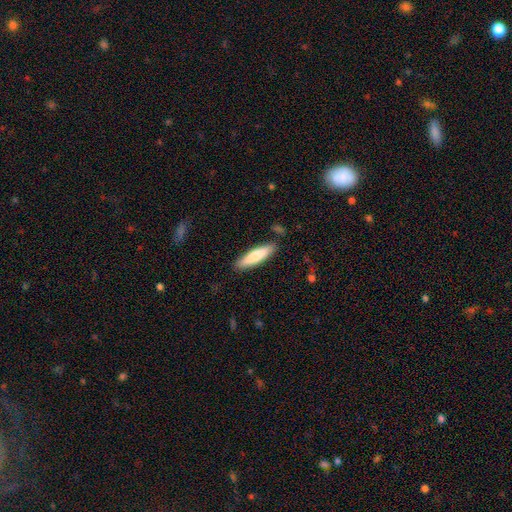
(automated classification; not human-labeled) smooth 75%, featured or disk 19%, star or artifact 5%. Down the decision tree: how rounded — cigar-shaped (75%); merging — none (87%).